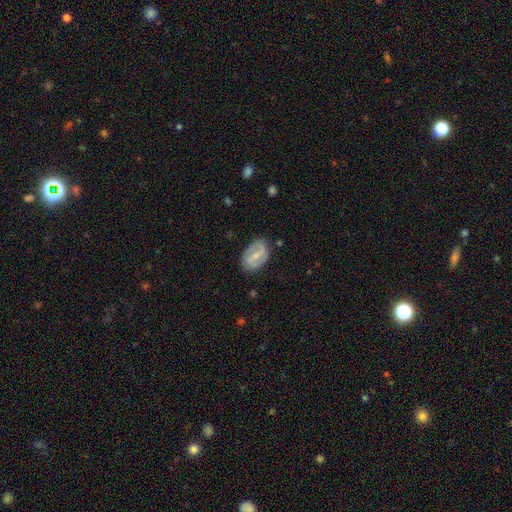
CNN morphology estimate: A featured or disk galaxy (64%) with a weak bar (48%), spiral arms (75%) and a small central bulge (58%). Merging: none (77%).